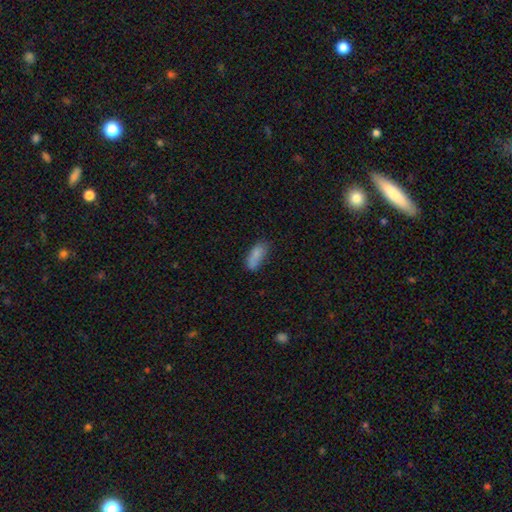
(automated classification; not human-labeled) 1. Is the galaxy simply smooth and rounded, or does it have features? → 81% smooth, 10% featured or disk, 9% star or artifact.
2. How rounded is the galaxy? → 81% in between, 16% cigar-shaped, 3% round.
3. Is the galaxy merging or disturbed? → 60% none, 26% minor disturbance, 8% major disturbance, 6% merger.